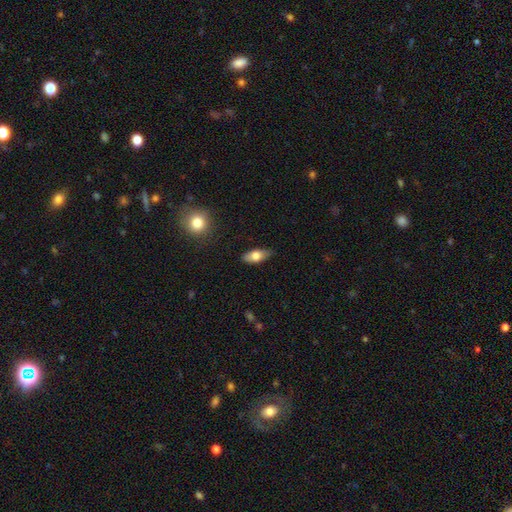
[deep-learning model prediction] This appears to be a smooth galaxy with no disk features (73%) that is in between round and cigar-shaped (83%). Merging: none (81%).